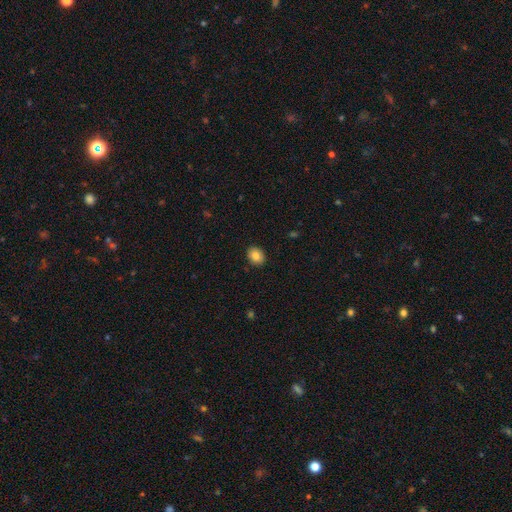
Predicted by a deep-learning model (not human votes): smooth 84%, star or artifact 8%, featured or disk 7%. Down the decision tree: how rounded — round (53%); merging — none (90%).